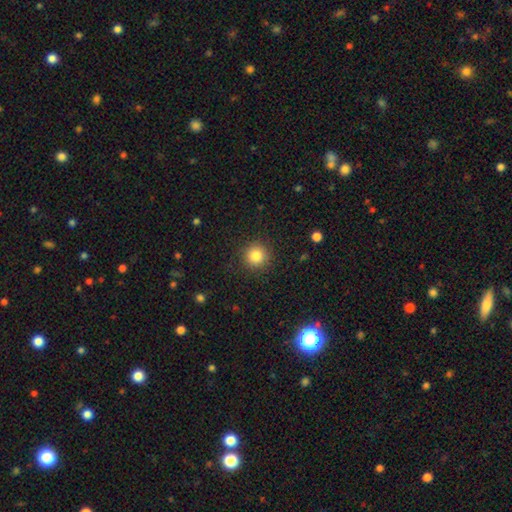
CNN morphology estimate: Smooth or featured: smooth — 83% (star or artifact — 11%)
How rounded: round — 94% (in between — 5%)
Merging: none — 90% (minor disturbance — 7%)